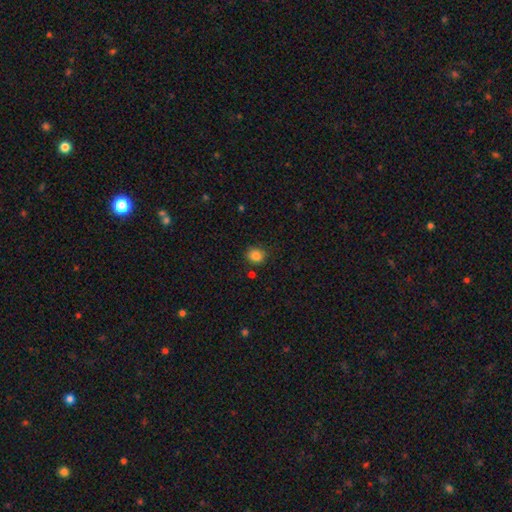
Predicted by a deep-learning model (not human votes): This is clearly a smooth galaxy (84%). How rounded: likely round (74%). Merging: clearly none (84%).